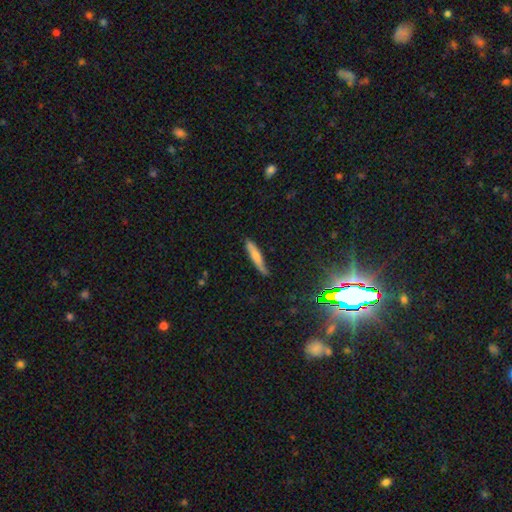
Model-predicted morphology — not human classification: Overall: smooth (68%). How rounded: cigar-shaped (90%). Merging: none (72%).